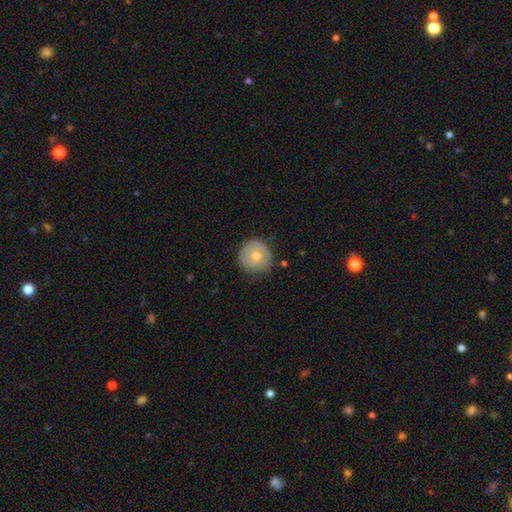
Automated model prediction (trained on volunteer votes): Smooth or featured: smooth — 64% (featured or disk — 29%)
How rounded: round — 93% (in between — 6%)
Merging: none — 81% (minor disturbance — 15%)